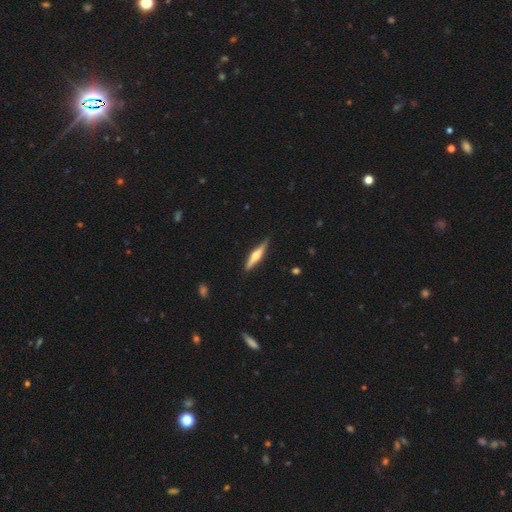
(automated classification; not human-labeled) This is possibly a featured or disk galaxy (59%). It is clearly viewed edge-on (97%). Edge-on bulge: clearly rounded (89%). Merging: clearly none (86%).